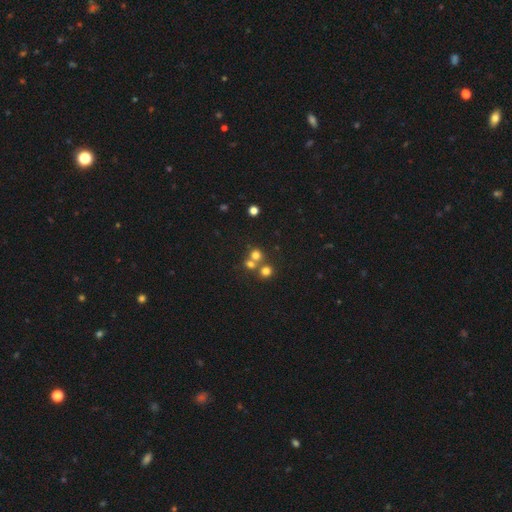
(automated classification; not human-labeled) This appears to be a smooth galaxy with no disk features (68%) that is round (87%). Merging: none (51%).